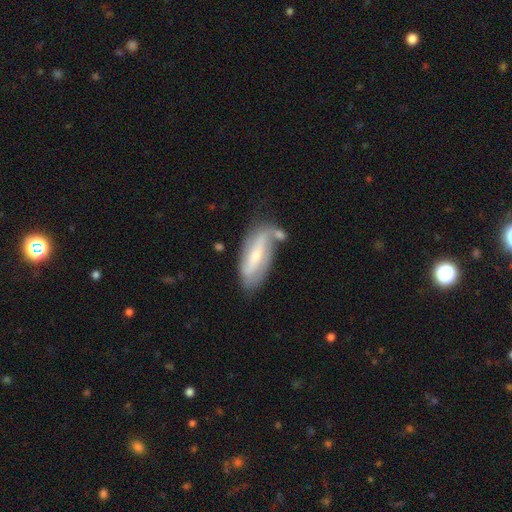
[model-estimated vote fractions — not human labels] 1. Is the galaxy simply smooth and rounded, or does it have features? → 69% featured or disk, 25% smooth, 6% star or artifact.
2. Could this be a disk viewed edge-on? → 82% no, 18% yes.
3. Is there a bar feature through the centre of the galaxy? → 45% strong, 28% no, 28% weak.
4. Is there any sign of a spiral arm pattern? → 78% yes, 22% no.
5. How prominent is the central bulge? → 65% small, 31% moderate, 2% large, 1% none, 1% dominant.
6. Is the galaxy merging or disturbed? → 55% none, 22% minor disturbance, 14% merger, 8% major disturbance.